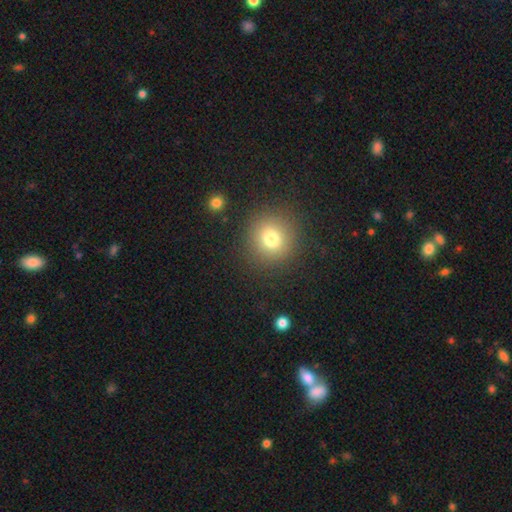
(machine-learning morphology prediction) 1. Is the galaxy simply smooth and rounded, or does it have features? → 72% smooth, 20% star or artifact, 8% featured or disk.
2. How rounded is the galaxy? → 94% round, 5% in between, 1% cigar-shaped.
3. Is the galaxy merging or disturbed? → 91% none, 5% minor disturbance, 2% major disturbance, 2% merger.